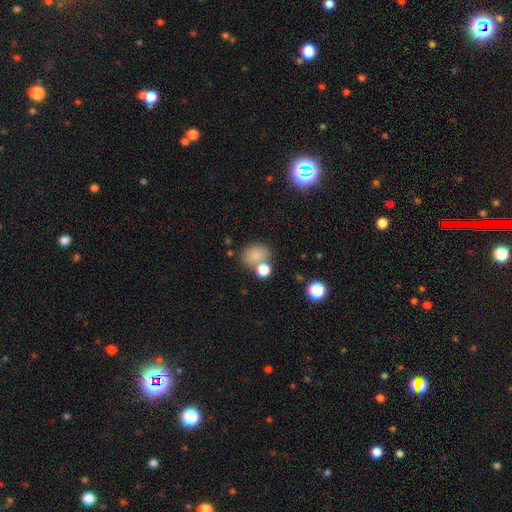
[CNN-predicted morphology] Smooth or featured?
  - smooth: 81% *
  - star or artifact: 12%
  - featured or disk: 7%
How rounded?
  - round: 51% *
  - in between: 48%
  - cigar-shaped: 1%
Merging?
  - none: 59% *
  - merger: 23%
  - minor disturbance: 13%
  - major disturbance: 5%